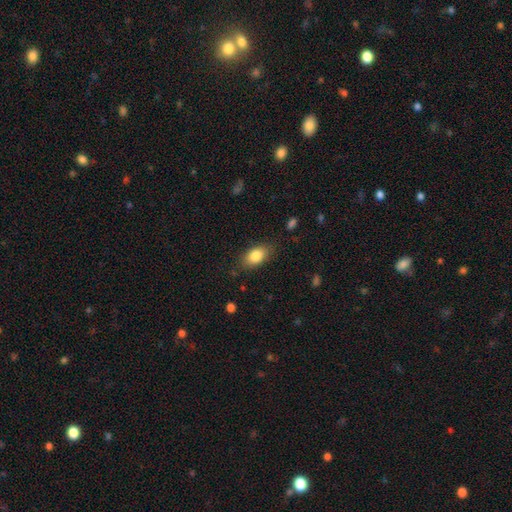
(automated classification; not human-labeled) smooth 84%, featured or disk 8%, star or artifact 7%. Down the decision tree: how rounded — in between (89%); merging — none (81%).